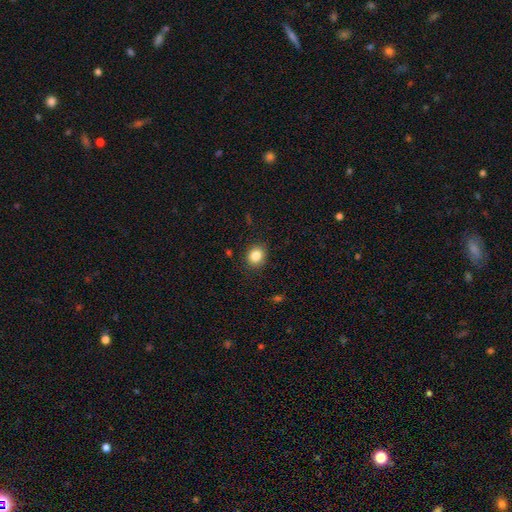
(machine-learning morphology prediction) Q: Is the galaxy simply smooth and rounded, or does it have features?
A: smooth — 84%.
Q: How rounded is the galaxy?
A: round — 75%.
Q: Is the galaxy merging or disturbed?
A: none — 88%.